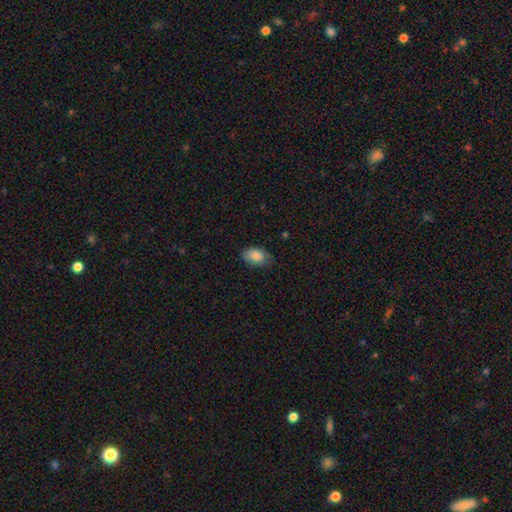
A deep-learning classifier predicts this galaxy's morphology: smooth 84%, featured or disk 9%, star or artifact 7%. Down the decision tree: how rounded — in between (92%); merging — none (66%).